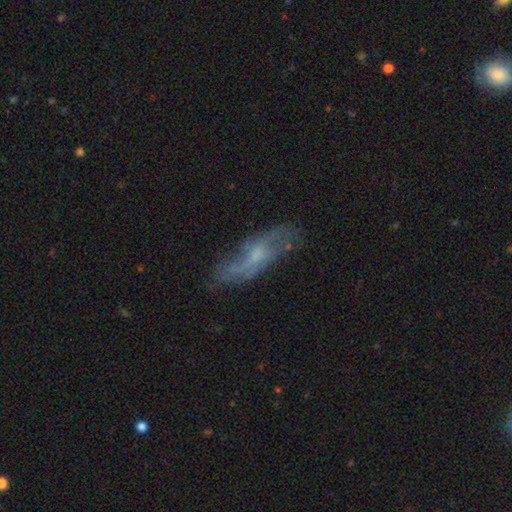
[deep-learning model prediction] This appears to be a featured or disk galaxy (62%). Merging: none (63%).